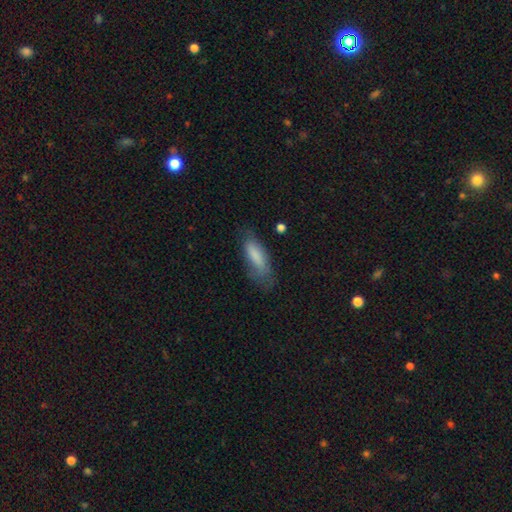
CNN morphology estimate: This appears to be a smooth galaxy with no disk features (79%) that is in between round and cigar-shaped (62%). Merging: none (58%).